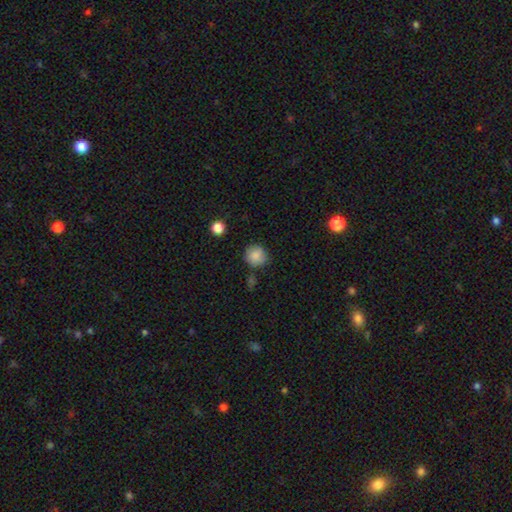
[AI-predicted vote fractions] smooth_or_featured: smooth (p=0.84) [alt: star or artifact p=0.09]
how_rounded: round (p=0.90) [alt: in between p=0.09]
merging: none (p=0.74) [alt: minor disturbance p=0.17]